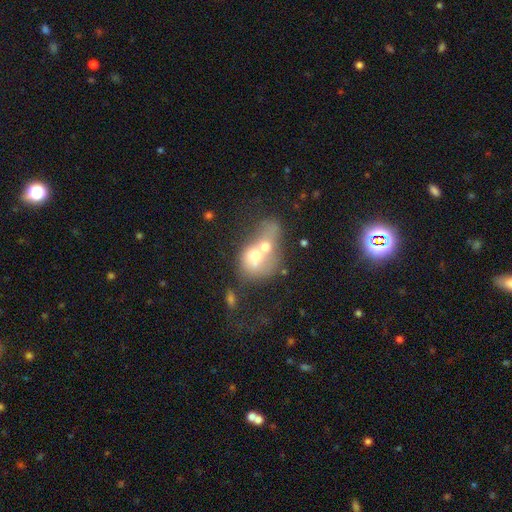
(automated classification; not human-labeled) A smooth galaxy with no disk features (54%) that is in between round and cigar-shaped (51%).

Vote fractions:
- Smooth or featured? smooth: 54% / featured or disk: 36% / star or artifact: 10%
- How rounded? in between: 51% / round: 47% / cigar-shaped: 2%
- Merging? merger: 80% / none: 9% / major disturbance: 6% / minor disturbance: 5%